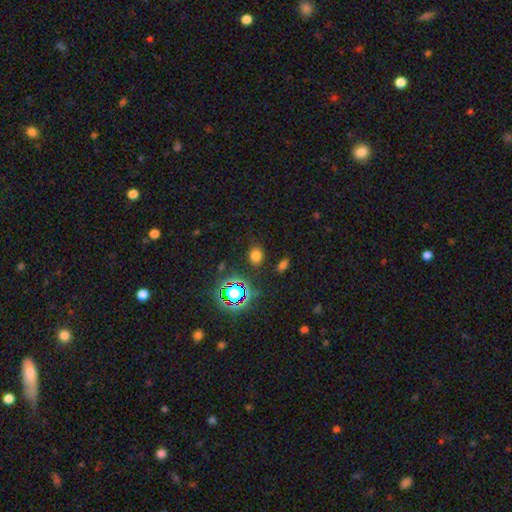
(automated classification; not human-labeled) Q: Smooth or featured?
A: smooth (69%); runner-up: star or artifact (24%)
Q: How rounded?
A: in between (52%); runner-up: round (46%)
Q: Merging?
A: none (84%); runner-up: minor disturbance (9%)